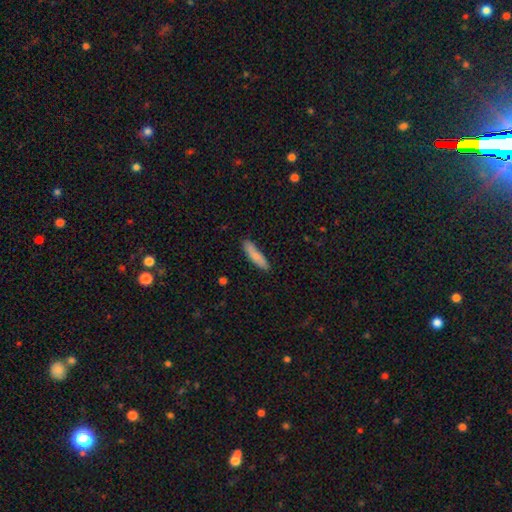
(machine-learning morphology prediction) Smooth or featured? Predicted: smooth (p=0.82). How rounded? Predicted: cigar-shaped (p=0.76). Merging? Predicted: none (p=0.84).